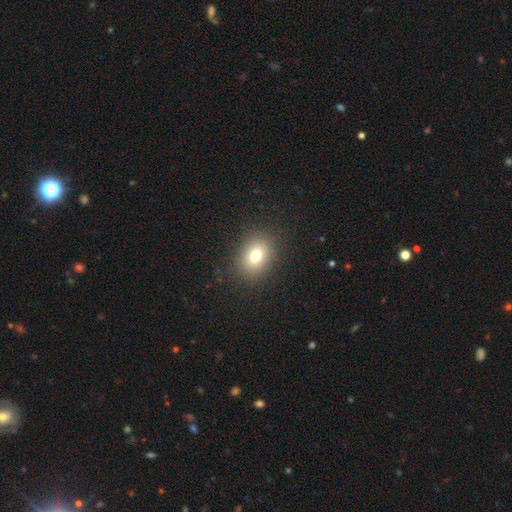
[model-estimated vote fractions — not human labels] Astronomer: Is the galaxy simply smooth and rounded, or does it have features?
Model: smooth — 77%.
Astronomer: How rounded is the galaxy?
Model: in between — 60% (runner-up: round, 39%).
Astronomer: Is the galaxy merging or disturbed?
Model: none — 87%.